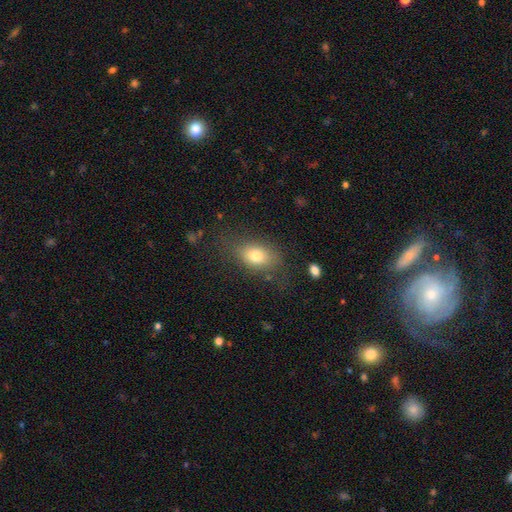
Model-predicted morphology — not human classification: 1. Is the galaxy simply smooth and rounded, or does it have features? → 75% smooth, 15% featured or disk, 11% star or artifact.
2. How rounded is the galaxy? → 74% in between, 24% round, 2% cigar-shaped.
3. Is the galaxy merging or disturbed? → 68% none, 19% minor disturbance, 11% major disturbance, 2% merger.